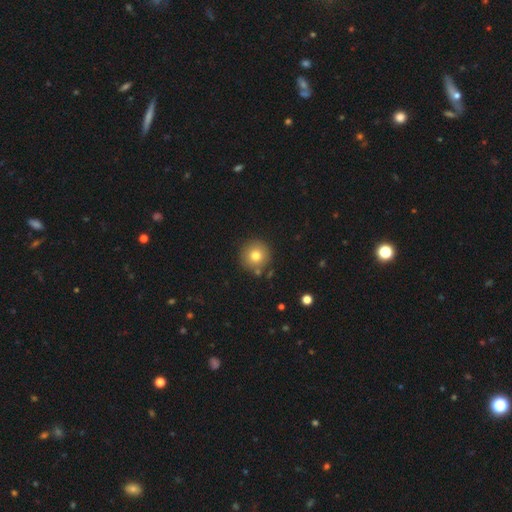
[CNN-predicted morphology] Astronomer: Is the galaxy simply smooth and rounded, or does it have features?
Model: smooth — 77%.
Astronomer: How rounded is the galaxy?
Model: round — 95%.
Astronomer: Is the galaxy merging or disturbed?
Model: none — 85%.